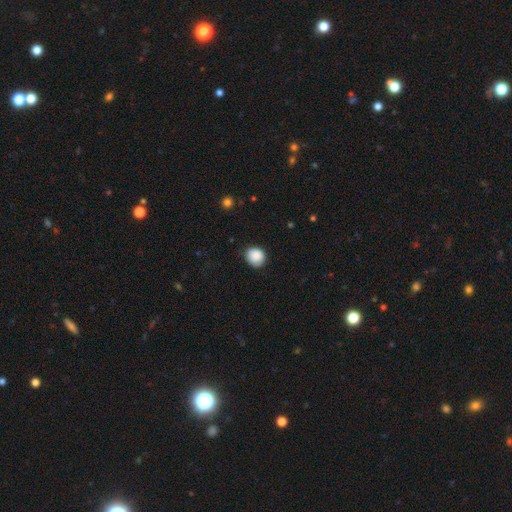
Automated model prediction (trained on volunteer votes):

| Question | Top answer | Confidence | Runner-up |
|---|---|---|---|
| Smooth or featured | smooth | 88% | star or artifact (8%) |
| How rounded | round | 80% | in between (19%) |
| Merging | none | 79% | minor disturbance (17%) |